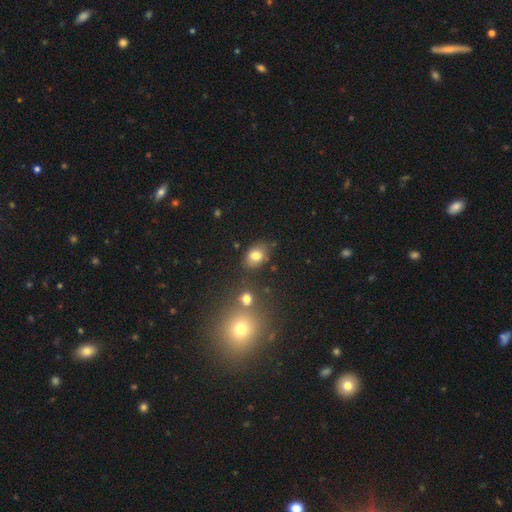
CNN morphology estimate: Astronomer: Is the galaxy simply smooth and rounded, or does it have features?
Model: smooth — 77%.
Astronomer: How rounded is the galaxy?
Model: in between — 71%.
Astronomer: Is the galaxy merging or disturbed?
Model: none — 72%.